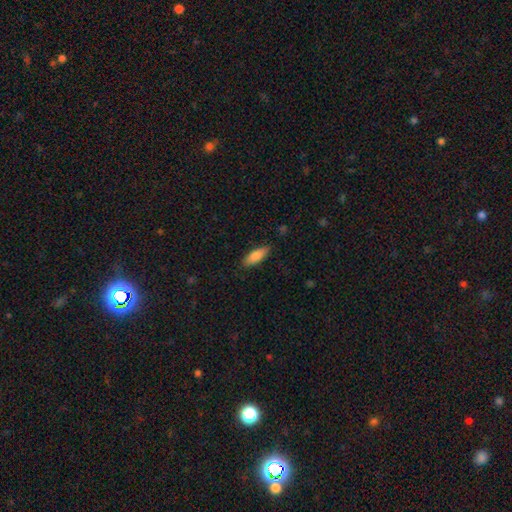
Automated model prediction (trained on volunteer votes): Smooth or featured?
  - smooth: 83% *
  - featured or disk: 10%
  - star or artifact: 6%
How rounded?
  - in between: 68% *
  - cigar-shaped: 30%
  - round: 2%
Merging?
  - none: 85% *
  - minor disturbance: 11%
  - major disturbance: 2%
  - merger: 1%